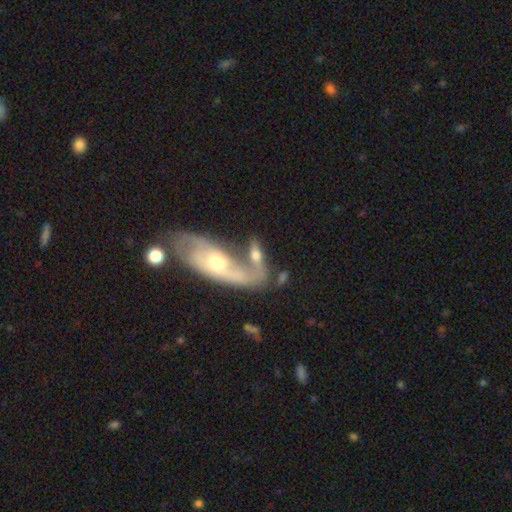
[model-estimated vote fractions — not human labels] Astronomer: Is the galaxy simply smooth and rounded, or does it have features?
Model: featured or disk — 50% (runner-up: smooth, 42%).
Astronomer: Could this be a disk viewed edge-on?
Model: no — 64%.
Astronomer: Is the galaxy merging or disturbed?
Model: merger — 59%.